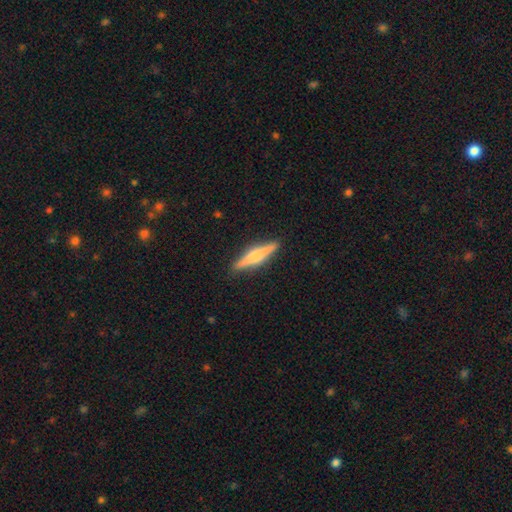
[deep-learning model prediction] Morphology: type=featured or disk (55%); edge-on=yes (97%); edge-on bulge=rounded (75%); merging=none (91%).